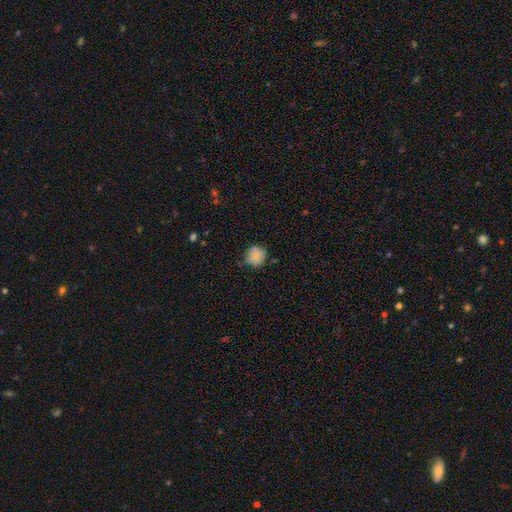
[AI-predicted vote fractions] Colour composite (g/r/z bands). It shows a smooth galaxy with no disk features (82%) that is round (86%). Merging: none (68%).